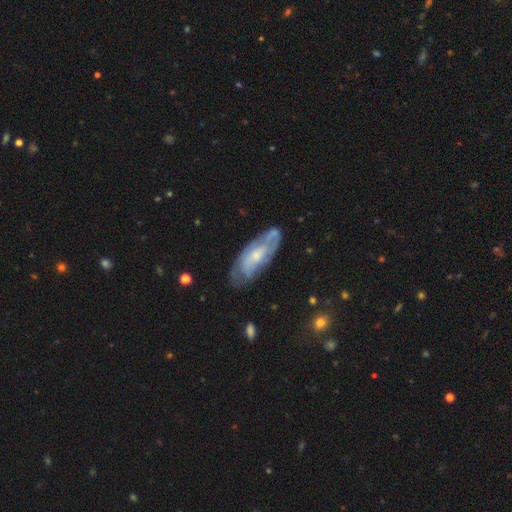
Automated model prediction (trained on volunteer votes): Smooth or featured?
  - featured or disk: 67% *
  - smooth: 27%
  - star or artifact: 6%
Edge-on disk?
  - no: 85% *
  - yes: 15%
Bar?
  - no: 65% *
  - weak: 30%
  - strong: 6%
Spiral arms?
  - yes: 79% *
  - no: 21%
Bulge size?
  - small: 46% *
  - moderate: 42%
  - none: 6%
  - large: 4%
  - dominant: 1%
Merging?
  - none: 66% *
  - minor disturbance: 23%
  - major disturbance: 8%
  - merger: 2%